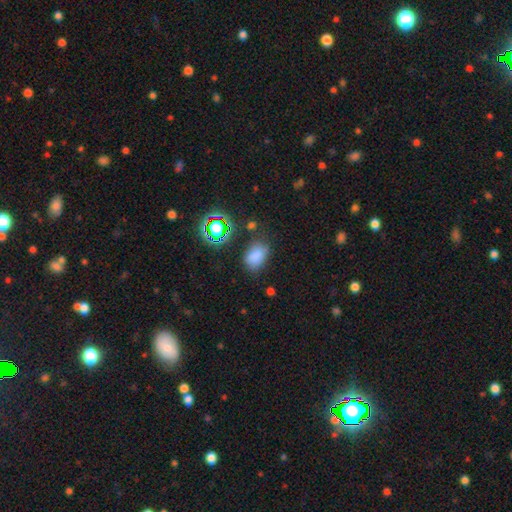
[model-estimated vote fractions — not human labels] The model was most divided on "merging": none: 68%, minor disturbance: 20%, major disturbance: 7%, merger: 5%. More confident: how rounded — in between (79%); smooth or featured — smooth (75%).